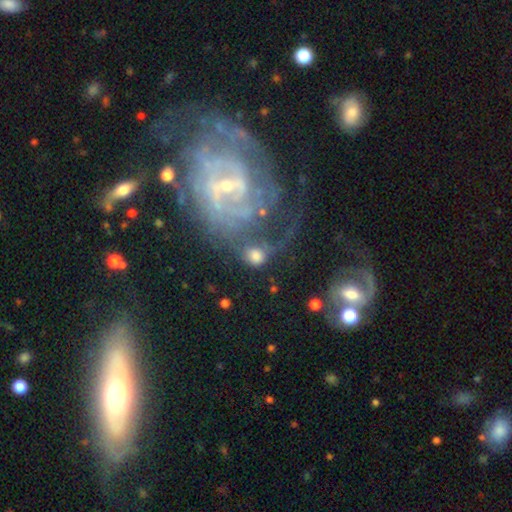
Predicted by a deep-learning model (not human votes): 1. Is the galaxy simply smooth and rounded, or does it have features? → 51% smooth, 35% featured or disk, 14% star or artifact.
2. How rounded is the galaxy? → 72% round, 26% in between, 2% cigar-shaped.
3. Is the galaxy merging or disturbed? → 40% none, 23% merger, 20% major disturbance, 17% minor disturbance.